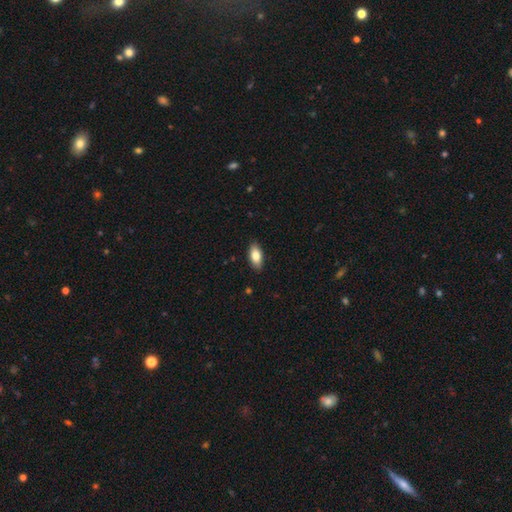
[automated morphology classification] This appears to be a smooth galaxy with no disk features (80%) that is in between round and cigar-shaped (88%). Merging: none (88%).